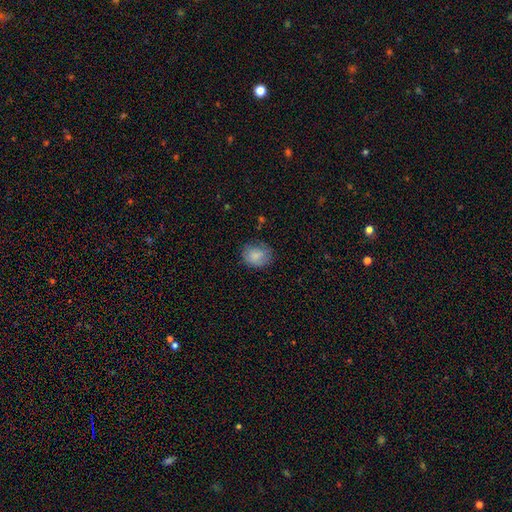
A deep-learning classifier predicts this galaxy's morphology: Smooth or featured?
  - smooth: 82% *
  - featured or disk: 10%
  - star or artifact: 8%
How rounded?
  - round: 62% *
  - in between: 37%
  - cigar-shaped: 1%
Merging?
  - none: 71% *
  - minor disturbance: 21%
  - major disturbance: 6%
  - merger: 1%